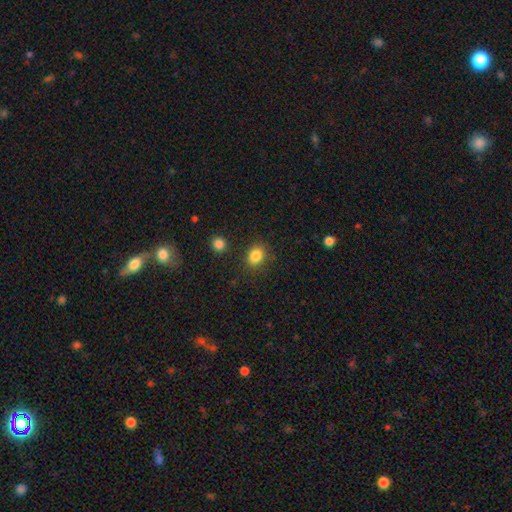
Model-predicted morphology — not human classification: Smooth or featured? smooth (84%)
How rounded? in between (53%)
Merging? none (83%)